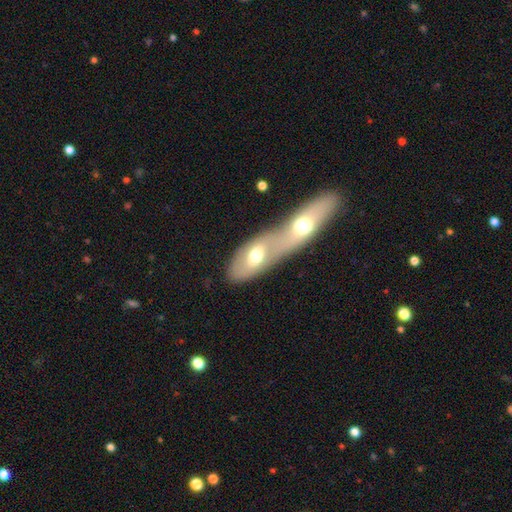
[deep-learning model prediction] Smooth or featured?
  - smooth: 58% *
  - featured or disk: 35%
  - star or artifact: 6%
How rounded?
  - in between: 85% *
  - cigar-shaped: 10%
  - round: 5%
Merging?
  - merger: 64% *
  - none: 23%
  - minor disturbance: 8%
  - major disturbance: 5%